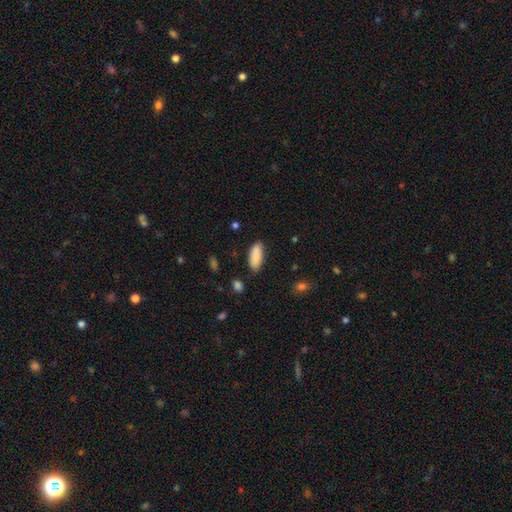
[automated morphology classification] The model was most divided on "how rounded": in between: 80%, cigar-shaped: 18%, round: 2%. More confident: smooth or featured — smooth (87%); merging — none (81%).